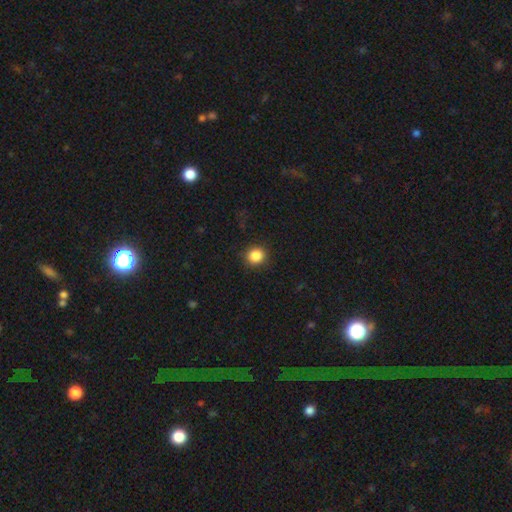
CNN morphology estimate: A smooth galaxy with no disk features (86%) that is round (89%).

Vote fractions:
- Smooth or featured? smooth: 86% / star or artifact: 11% / featured or disk: 4%
- How rounded? round: 89% / in between: 10% / cigar-shaped: 1%
- Merging? none: 88% / minor disturbance: 8% / major disturbance: 3% / merger: 1%